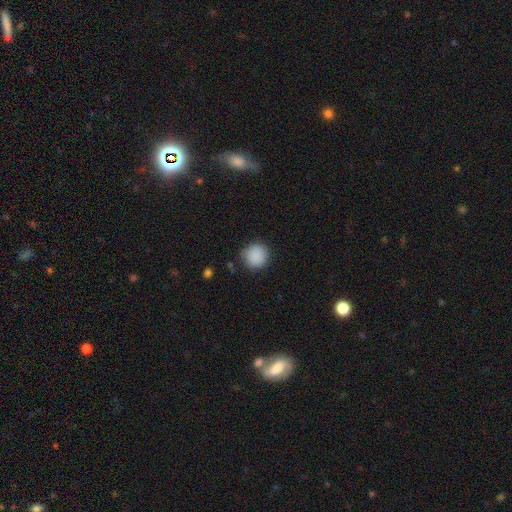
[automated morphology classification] The model was most divided on "merging": none: 80%, minor disturbance: 14%, major disturbance: 4%, merger: 2%. More confident: how rounded — round (91%); smooth or featured — smooth (88%).